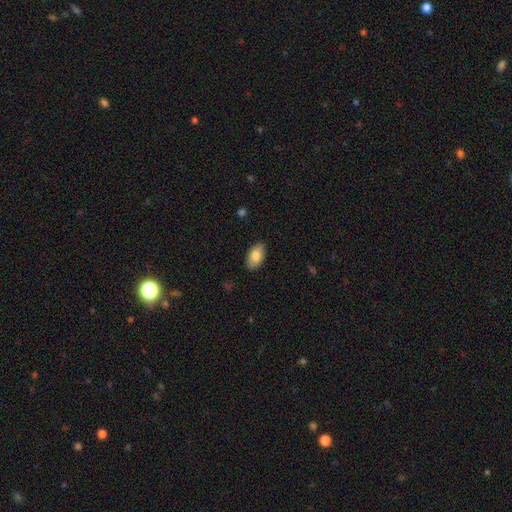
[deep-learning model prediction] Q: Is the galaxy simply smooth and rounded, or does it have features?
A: smooth — 83%.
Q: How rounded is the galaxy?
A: in between — 94%.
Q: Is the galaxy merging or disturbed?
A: none — 88%.